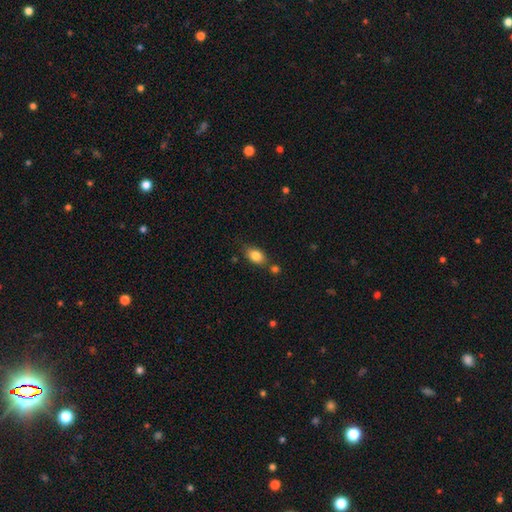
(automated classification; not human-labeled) A smooth galaxy with no disk features (83%) that is in between round and cigar-shaped (84%).

Vote fractions:
- Smooth or featured? smooth: 83% / featured or disk: 8% / star or artifact: 8%
- How rounded? in between: 84% / round: 14% / cigar-shaped: 2%
- Merging? none: 70% / minor disturbance: 15% / merger: 11% / major disturbance: 4%